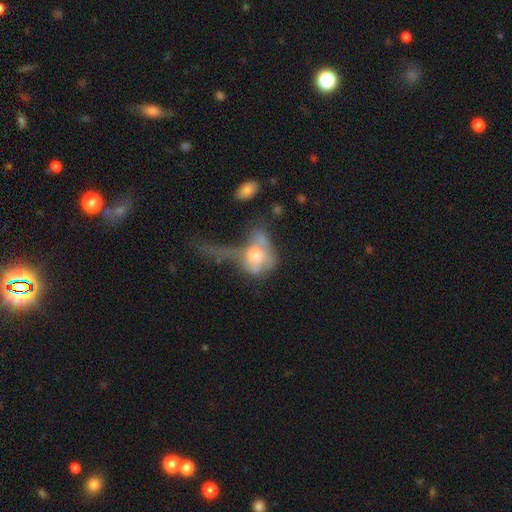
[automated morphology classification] Smooth or featured? smooth (50%)
How rounded? in between (61%)
Merging? major disturbance (55%)